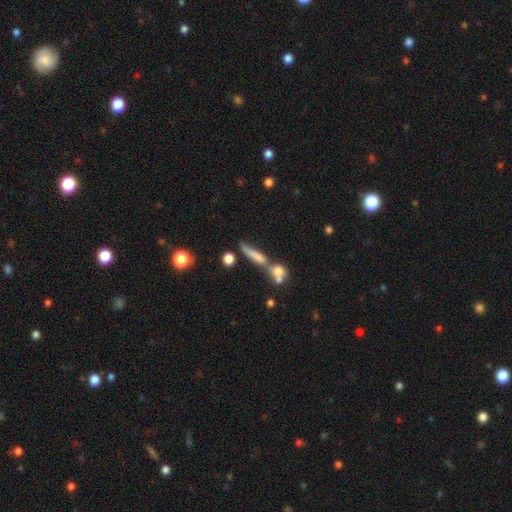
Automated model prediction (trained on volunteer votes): smooth_or_featured: smooth (p=0.65) [alt: featured or disk p=0.24]
how_rounded: cigar-shaped (p=0.75) [alt: in between p=0.18]
merging: none (p=0.41) [alt: merger p=0.33]